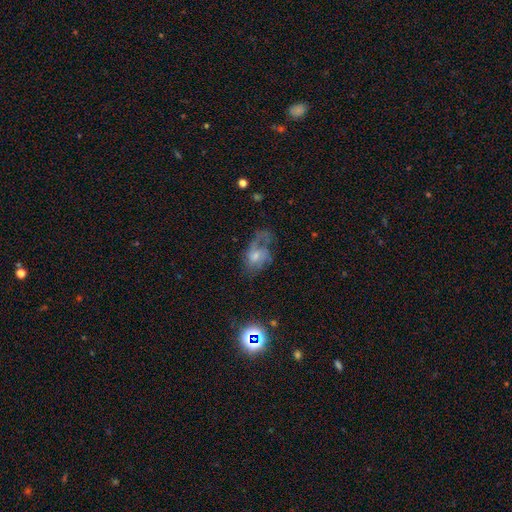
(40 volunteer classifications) A featured or disk galaxy (68%) with no bar (59%), 2 (40%) medium (52%) spiral arms (93%) and a moderate central bulge (70%).

Vote fractions:
- Smooth or featured? featured or disk: 68% / smooth: 20% / star or artifact: 12%
- Edge-on disk? no: 100% / yes: 0%
- Bar? no: 59% / weak: 37% / strong: 4%
- Spiral arms? yes: 93% / no: 7%
- Spiral winding? medium: 52% / loose: 32% / tight: 16%
- Spiral arm count? 2: 40% / can't tell: 28% / 1: 20% / 3: 12% / 4: 0% / more than 4: 0%
- Bulge size? moderate: 70% / small: 22% / large: 4% / none: 4% / dominant: 0%
- Merging? none: 46% / major disturbance: 37% / minor disturbance: 14% / merger: 3%